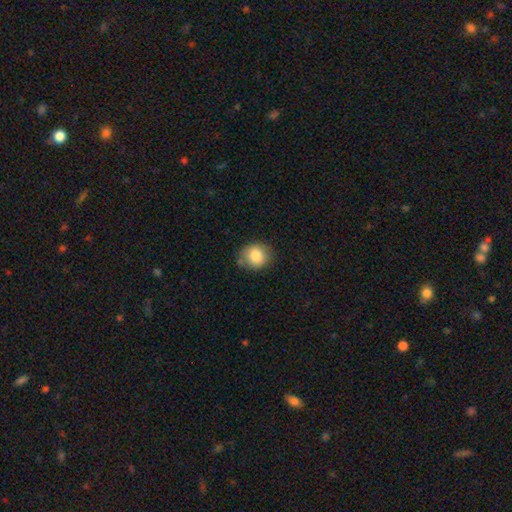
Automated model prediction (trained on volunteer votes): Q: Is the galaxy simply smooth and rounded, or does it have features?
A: smooth — 83%.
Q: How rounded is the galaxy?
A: round — 76%.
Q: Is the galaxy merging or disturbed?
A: none — 74%.